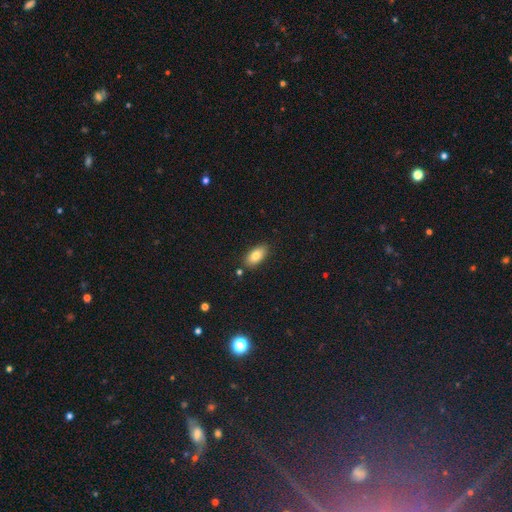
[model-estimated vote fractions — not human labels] A smooth galaxy with no disk features (81%) that is in between round and cigar-shaped (91%).

Vote fractions:
- Smooth or featured? smooth: 81% / featured or disk: 10% / star or artifact: 8%
- How rounded? in between: 91% / cigar-shaped: 5% / round: 4%
- Merging? none: 84% / minor disturbance: 11% / merger: 3% / major disturbance: 2%